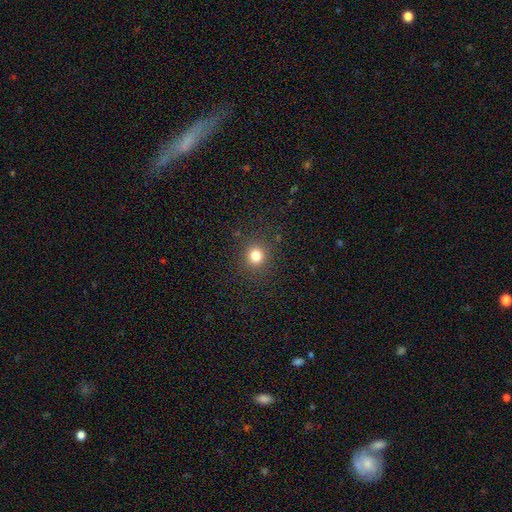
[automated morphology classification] smooth_or_featured: smooth (p=0.80) [alt: star or artifact p=0.14]
how_rounded: round (p=0.88) [alt: in between p=0.11]
merging: none (p=0.88) [alt: minor disturbance p=0.07]